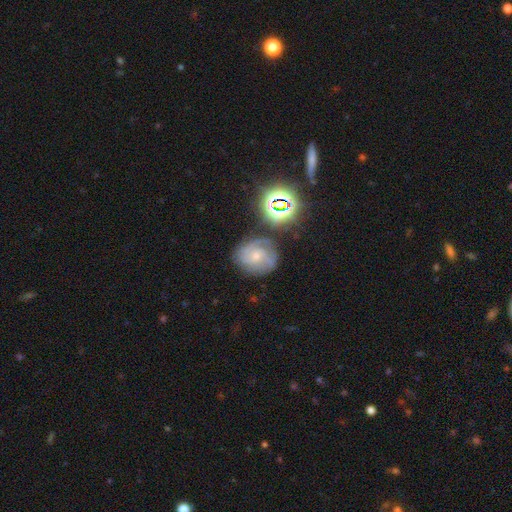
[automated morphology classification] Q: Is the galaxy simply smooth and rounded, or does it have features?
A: featured or disk — 72%.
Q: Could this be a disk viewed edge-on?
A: no — 98%.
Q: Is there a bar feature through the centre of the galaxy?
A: no — 67%.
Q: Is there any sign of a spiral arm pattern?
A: yes — 94%.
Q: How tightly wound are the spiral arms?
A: tight — 54%.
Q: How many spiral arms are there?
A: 3 — 36%.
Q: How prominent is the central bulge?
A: small — 61%.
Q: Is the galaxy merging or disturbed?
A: none — 72%.